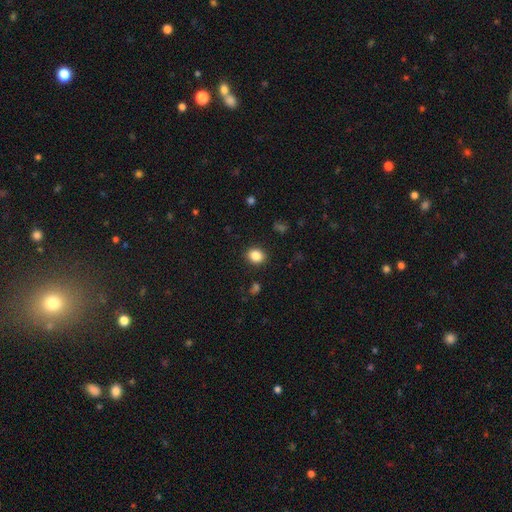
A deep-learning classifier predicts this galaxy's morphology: Smooth or featured? Predicted: smooth (p=0.85). How rounded? Predicted: round (p=0.65). Merging? Predicted: none (p=0.90).